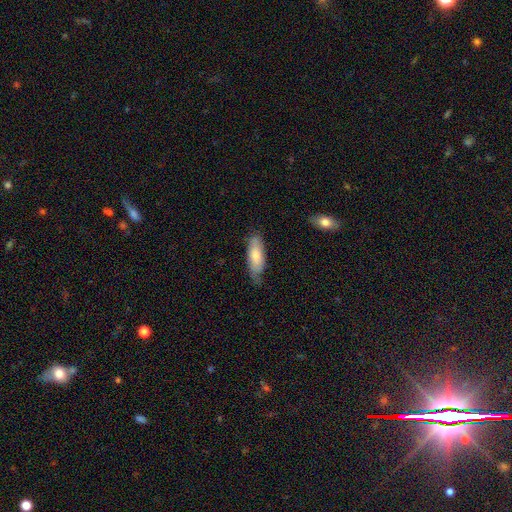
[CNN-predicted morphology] Q: Smooth or featured?
A: smooth (73%); runner-up: featured or disk (21%)
Q: How rounded?
A: in between (66%); runner-up: cigar-shaped (33%)
Q: Merging?
A: none (63%); runner-up: minor disturbance (29%)